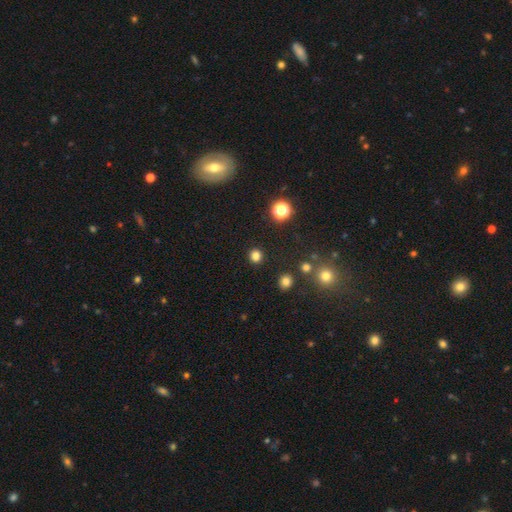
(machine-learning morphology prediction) Smooth or featured: smooth — 80% (star or artifact — 16%)
How rounded: round — 88% (in between — 11%)
Merging: none — 89% (minor disturbance — 6%)